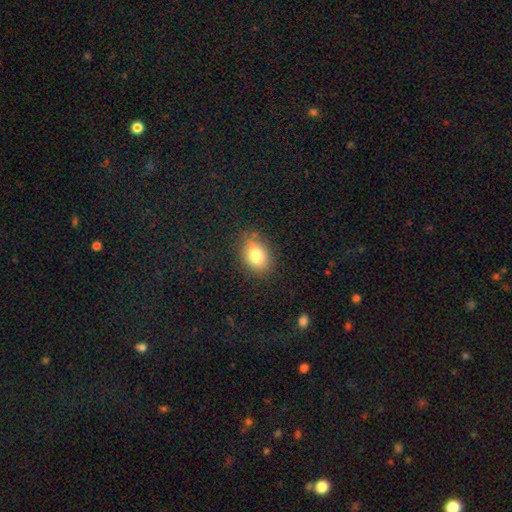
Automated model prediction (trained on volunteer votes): Q: Smooth or featured?
A: smooth (80%); runner-up: featured or disk (10%)
Q: How rounded?
A: in between (69%); runner-up: round (30%)
Q: Merging?
A: none (74%); runner-up: minor disturbance (19%)